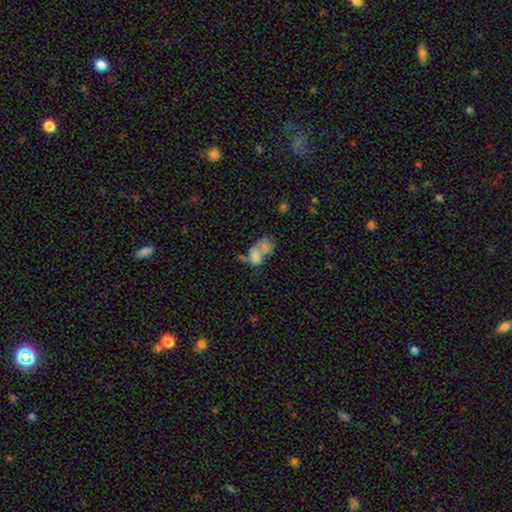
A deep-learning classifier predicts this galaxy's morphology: Smooth or featured? Predicted: smooth (p=0.60). How rounded? Predicted: in between (p=0.82). Merging? Predicted: merger (p=0.64).